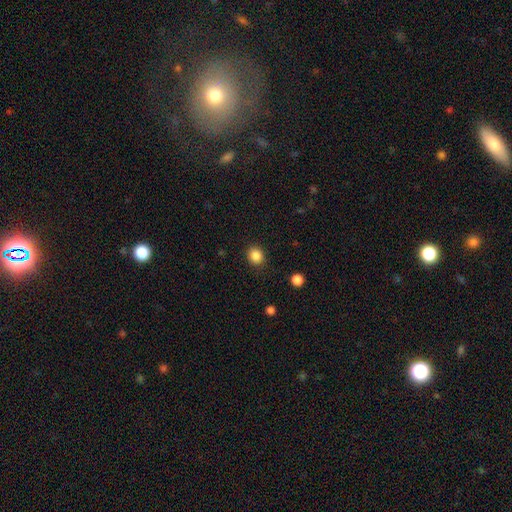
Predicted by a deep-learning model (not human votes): This is clearly a smooth galaxy (86%). How rounded: likely round (72%). Merging: clearly none (88%).